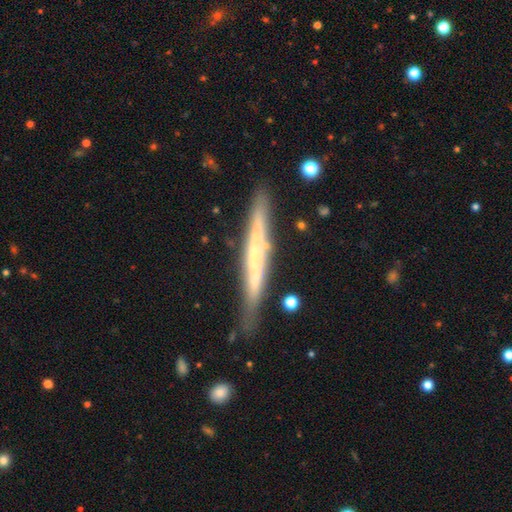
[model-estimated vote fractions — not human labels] This appears to be a featured or disk galaxy (59%) viewed edge-on (93%) with no central bulge (72%). Merging: none (79%).